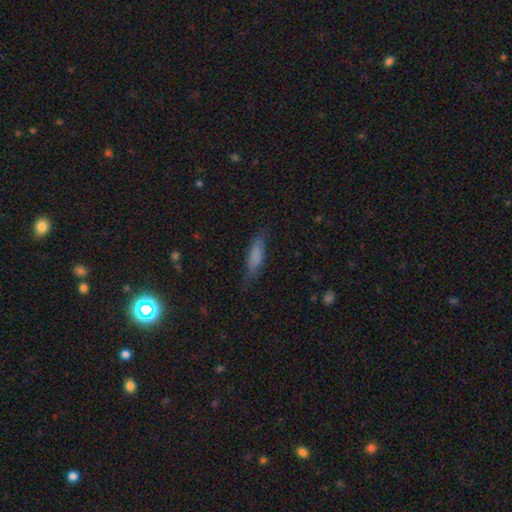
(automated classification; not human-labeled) A smooth galaxy with no disk features (75%) that is cigar-shaped (61%). Merging: none (72%).